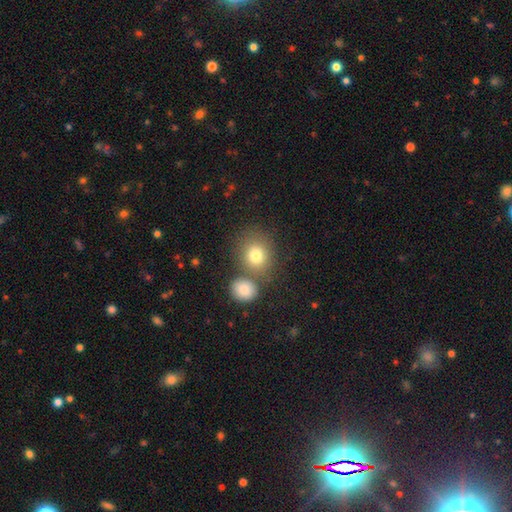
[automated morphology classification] Overall: smooth (79%). How rounded: round (77%). Merging: none (61%; merger 25%).